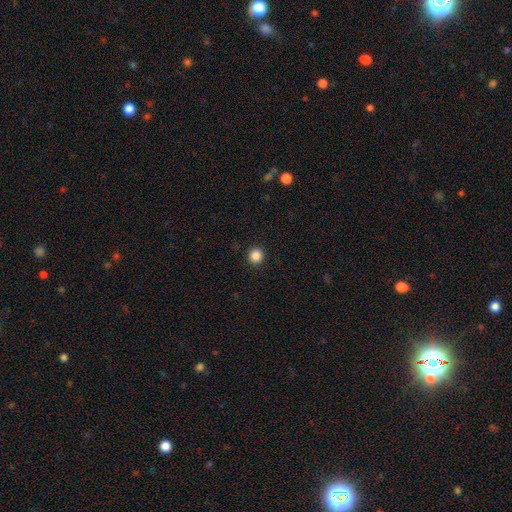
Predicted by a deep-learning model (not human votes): Smooth or featured? smooth (86%)
How rounded? round (92%)
Merging? none (92%)